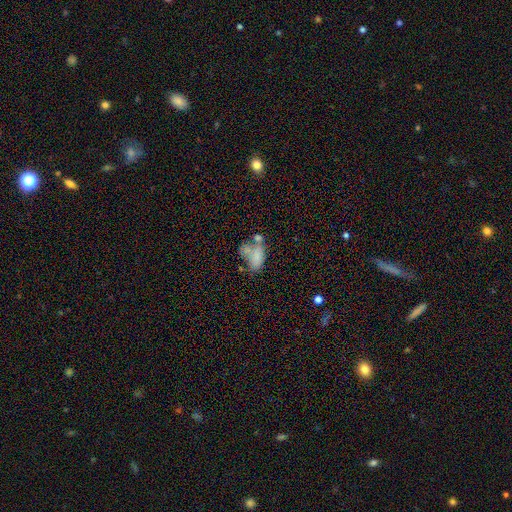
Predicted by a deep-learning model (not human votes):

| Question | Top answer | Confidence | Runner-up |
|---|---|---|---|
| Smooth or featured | smooth | 66% | featured or disk (23%) |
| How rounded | in between | 89% | round (8%) |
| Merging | merger | 41% | none (22%) |